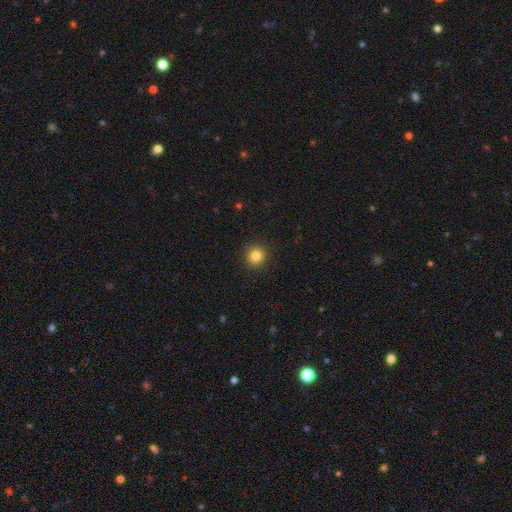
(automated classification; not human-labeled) smooth-or-featured: smooth: 82% | star or artifact: 12% | featured or disk: 6%
  how-rounded: round: 93% | in between: 6% | cigar-shaped: 1%
  merging: none: 91% | minor disturbance: 6% | major disturbance: 2% | merger: 1%